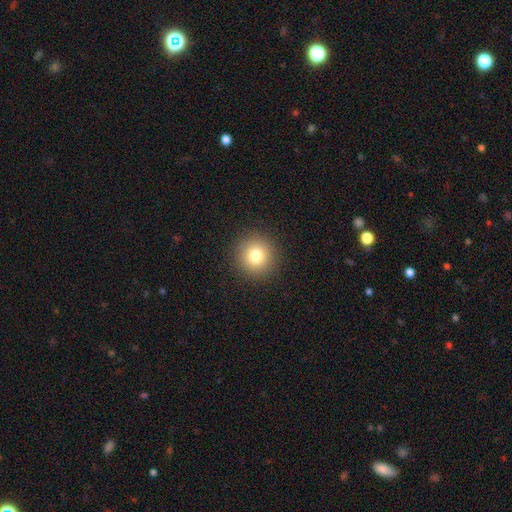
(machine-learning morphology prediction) Smooth or featured?
  - smooth: 79% *
  - star or artifact: 12%
  - featured or disk: 9%
How rounded?
  - round: 95% *
  - in between: 4%
  - cigar-shaped: 1%
Merging?
  - none: 92% *
  - minor disturbance: 5%
  - major disturbance: 2%
  - merger: 1%